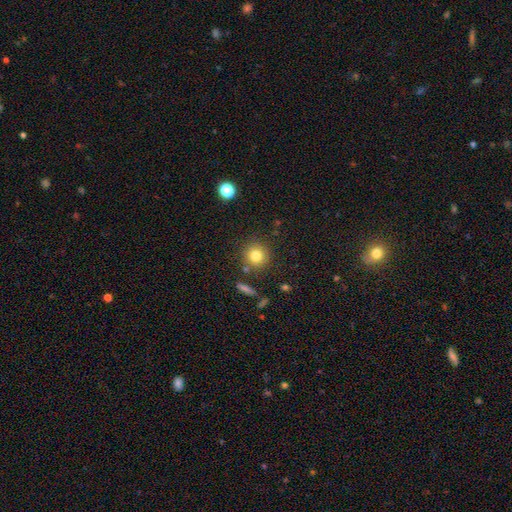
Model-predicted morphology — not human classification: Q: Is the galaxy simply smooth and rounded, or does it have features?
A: smooth — 81%.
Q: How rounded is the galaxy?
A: round — 91%.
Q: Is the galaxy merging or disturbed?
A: none — 84%.